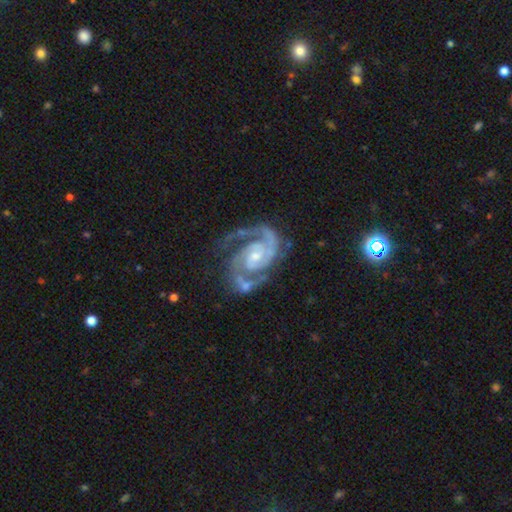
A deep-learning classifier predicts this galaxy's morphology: Q: Smooth or featured?
A: featured or disk (93%); runner-up: star or artifact (4%)
Q: Edge-on disk?
A: no (98%); runner-up: yes (2%)
Q: Bar?
A: no (51%); runner-up: weak (37%)
Q: Spiral arms?
A: yes (99%); runner-up: no (1%)
Q: Spiral winding?
A: tight (47%); runner-up: medium (46%)
Q: Spiral arm count?
A: 2 (87%); runner-up: 3 (6%)
Q: Bulge size?
A: small (55%); runner-up: moderate (37%)
Q: Merging?
A: none (63%); runner-up: minor disturbance (19%)